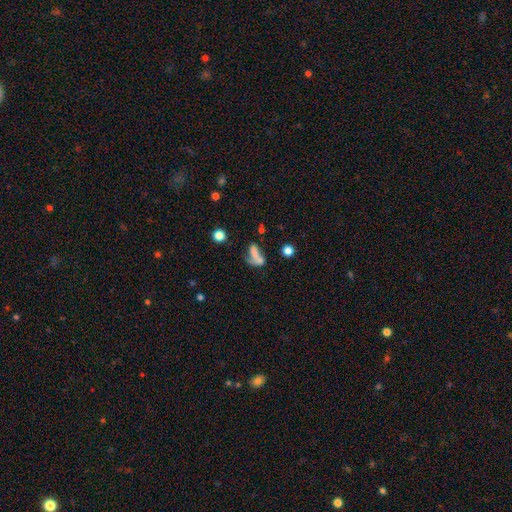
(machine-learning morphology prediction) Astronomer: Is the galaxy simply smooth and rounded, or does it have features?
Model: smooth — 57%.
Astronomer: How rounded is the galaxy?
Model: in between — 56%.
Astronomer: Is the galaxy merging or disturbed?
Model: merger — 40% (runner-up: none, 27%).